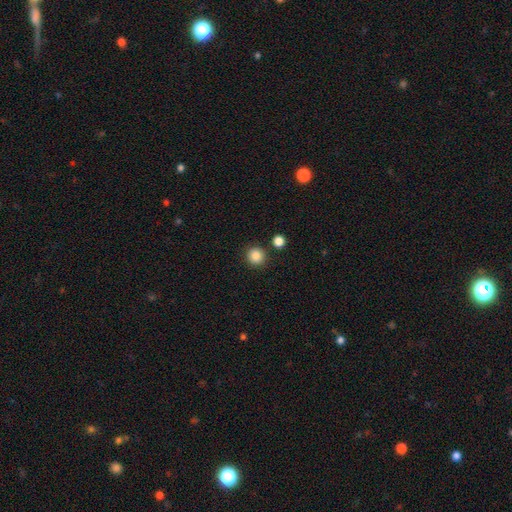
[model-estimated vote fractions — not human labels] The model was most divided on "smooth or featured": smooth: 86%, star or artifact: 10%, featured or disk: 4%. More confident: how rounded — round (94%); merging — none (88%).